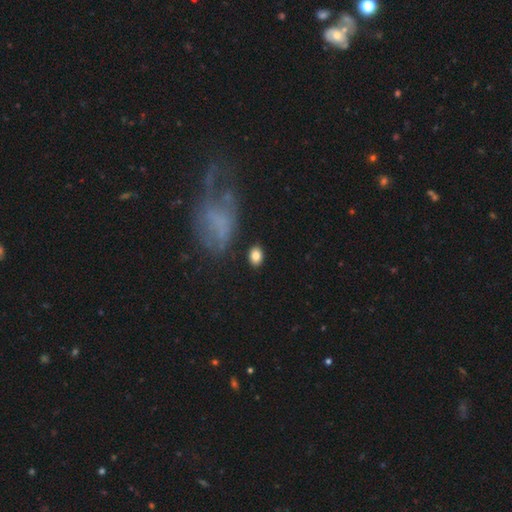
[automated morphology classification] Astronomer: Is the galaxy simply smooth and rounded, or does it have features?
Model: smooth — 82%.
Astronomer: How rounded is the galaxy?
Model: in between — 76%.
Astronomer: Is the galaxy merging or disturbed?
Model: none — 85%.